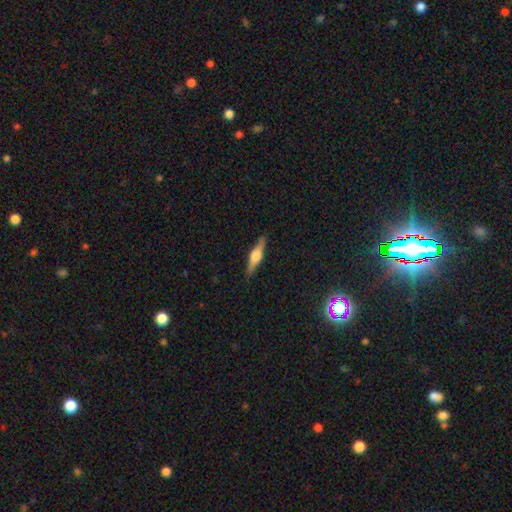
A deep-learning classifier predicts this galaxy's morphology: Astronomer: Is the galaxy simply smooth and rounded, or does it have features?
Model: featured or disk — 71%.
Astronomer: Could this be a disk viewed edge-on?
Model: yes — 97%.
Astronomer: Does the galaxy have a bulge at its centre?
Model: rounded — 92%.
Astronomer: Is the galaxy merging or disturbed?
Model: none — 89%.